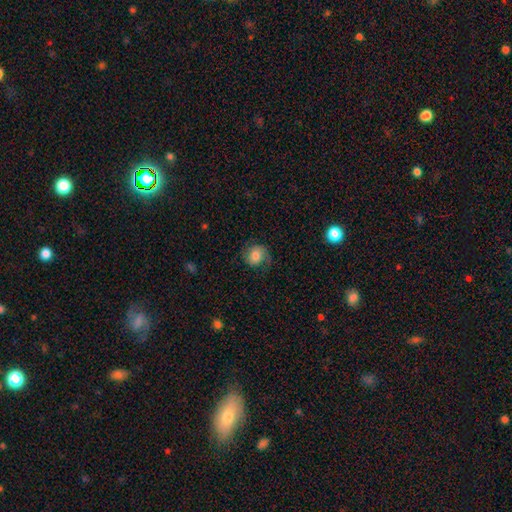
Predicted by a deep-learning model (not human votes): A smooth galaxy with no disk features (46%).

Vote fractions:
- Smooth or featured? smooth: 46% / featured or disk: 45% / star or artifact: 10%
- Merging? none: 69% / minor disturbance: 19% / major disturbance: 11% / merger: 1%